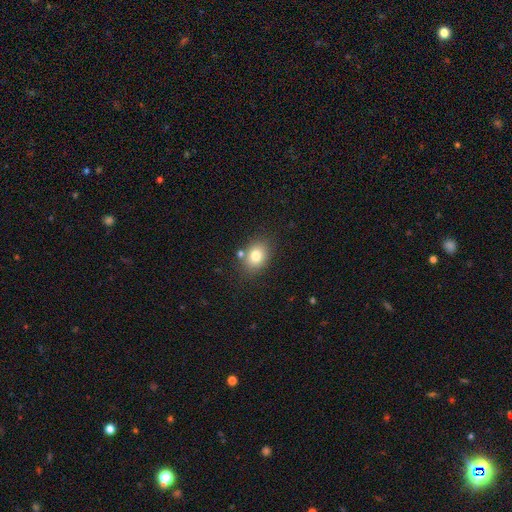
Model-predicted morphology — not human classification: Q: Smooth or featured?
A: smooth (79%); runner-up: star or artifact (11%)
Q: How rounded?
A: in between (53%); runner-up: round (46%)
Q: Merging?
A: none (76%); runner-up: minor disturbance (12%)